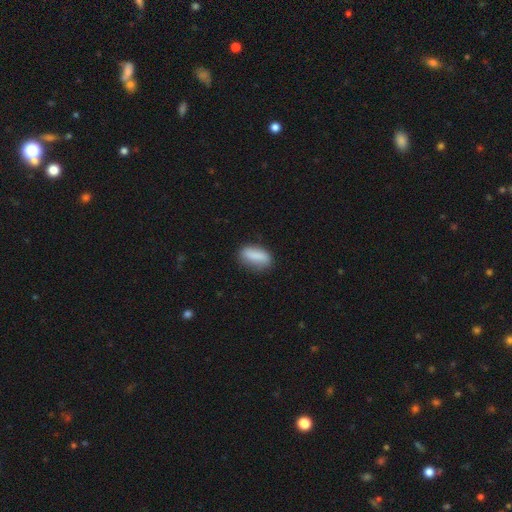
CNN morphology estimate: type=smooth (82%); roundness=in between (79%); merging=none (73%).